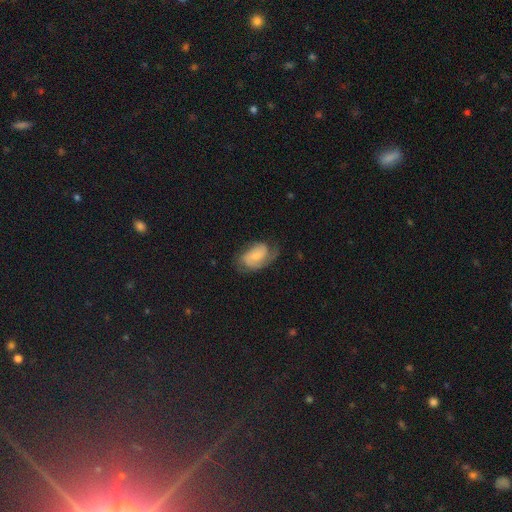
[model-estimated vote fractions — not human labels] A featured or disk galaxy (58%) with no bar (52%), spiral arms (88%) and a small central bulge (48%). Merging: none (52%).